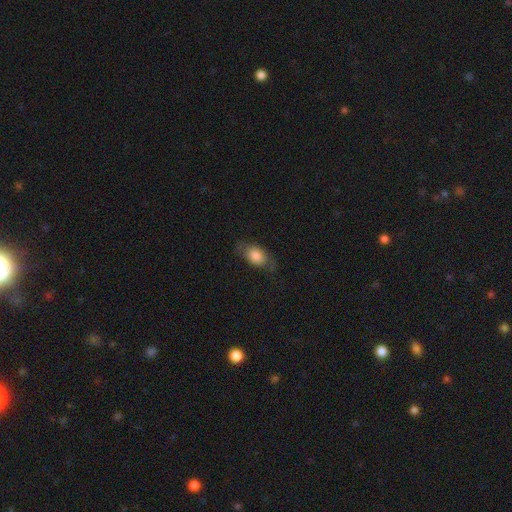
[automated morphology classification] A smooth galaxy with no disk features (75%) that is in between round and cigar-shaped (79%). Merging: none (65%).